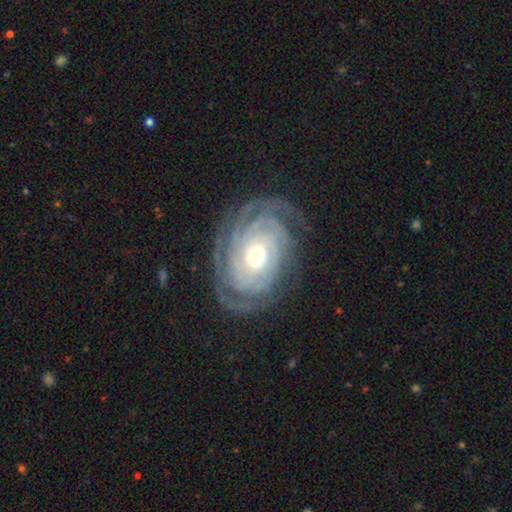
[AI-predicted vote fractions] This appears to be a featured or disk galaxy (89%) with no bar (75%), tight (79%) spiral arms (97%) and a moderate central bulge (68%). Merging: none (77%).